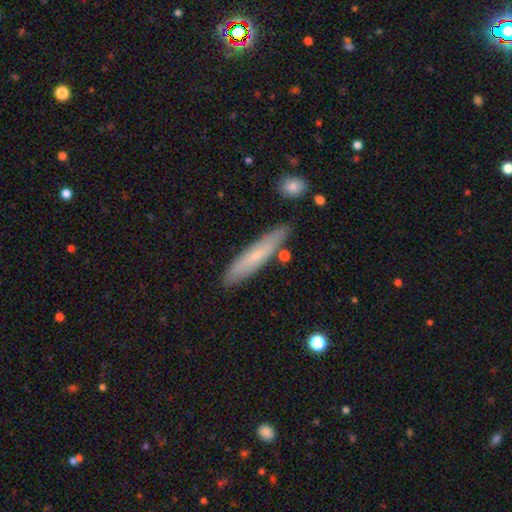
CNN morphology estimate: Smooth or featured? Predicted: smooth (p=0.54). How rounded? Predicted: cigar-shaped (p=0.87). Merging? Predicted: none (p=0.83).